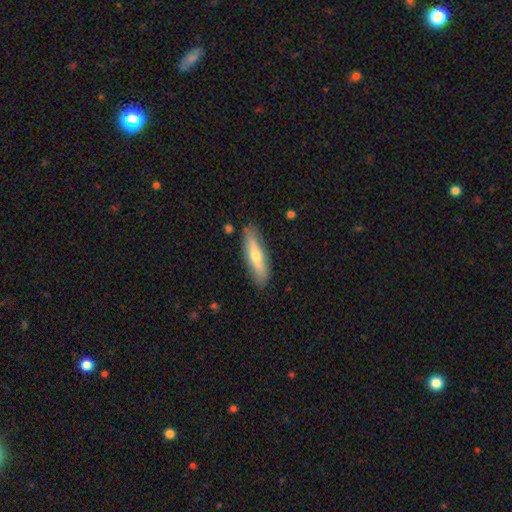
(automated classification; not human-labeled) Smooth or featured: smooth — 55% (featured or disk — 39%)
How rounded: cigar-shaped — 68% (in between — 30%)
Merging: none — 85% (minor disturbance — 11%)